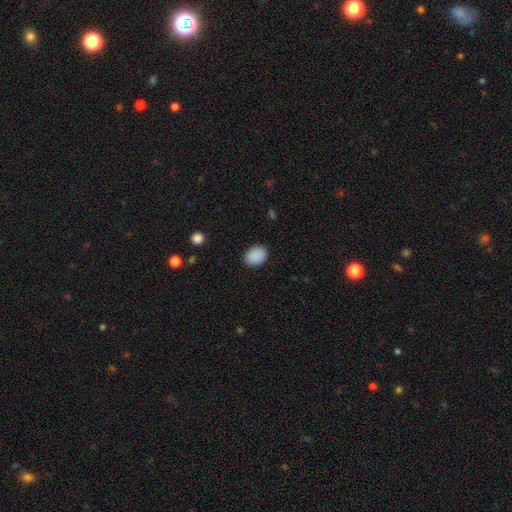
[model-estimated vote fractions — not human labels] Smooth or featured?
  - smooth: 89% *
  - star or artifact: 8%
  - featured or disk: 2%
How rounded?
  - in between: 55% *
  - round: 44%
  - cigar-shaped: 1%
Merging?
  - none: 88% *
  - minor disturbance: 8%
  - major disturbance: 2%
  - merger: 1%